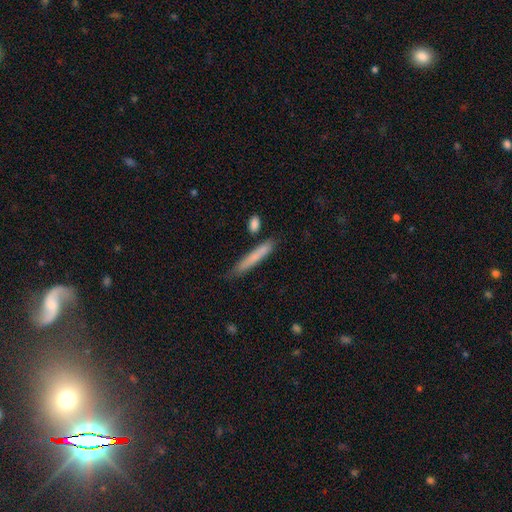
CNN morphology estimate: This appears to be a smooth galaxy with no disk features (73%) that is cigar-shaped (95%). Merging: none (77%).